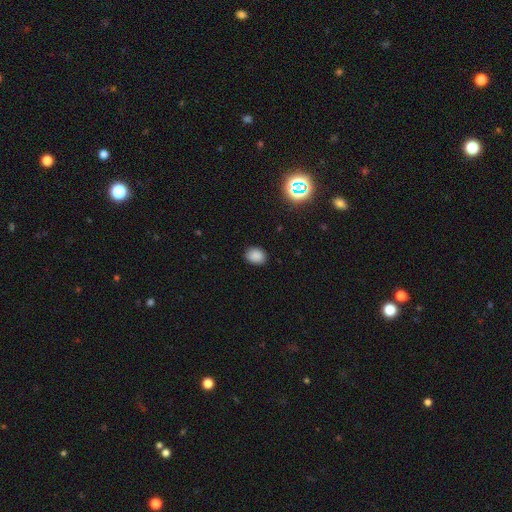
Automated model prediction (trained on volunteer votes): The model was most divided on "how rounded": in between: 54%, round: 45%, cigar-shaped: 1%. More confident: merging — none (87%); smooth or featured — smooth (85%).